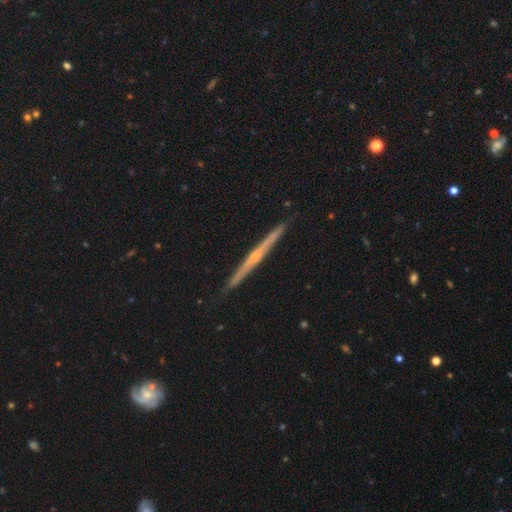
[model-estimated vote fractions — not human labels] Smooth or featured?
  - featured or disk: 80% *
  - smooth: 15%
  - star or artifact: 5%
Edge-on disk?
  - yes: 98% *
  - no: 2%
Edge-on bulge?
  - rounded: 70% *
  - none: 26%
  - boxy: 4%
Merging?
  - none: 91% *
  - minor disturbance: 6%
  - major disturbance: 1%
  - merger: 1%